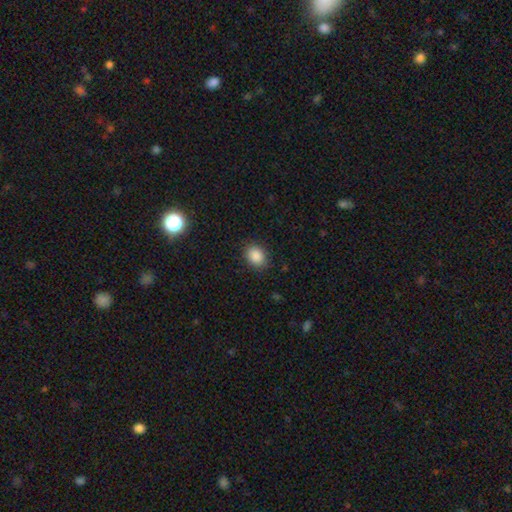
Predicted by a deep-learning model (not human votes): Smooth or featured? Predicted: smooth (p=0.88). How rounded? Predicted: in between (p=0.56). Merging? Predicted: none (p=0.85).